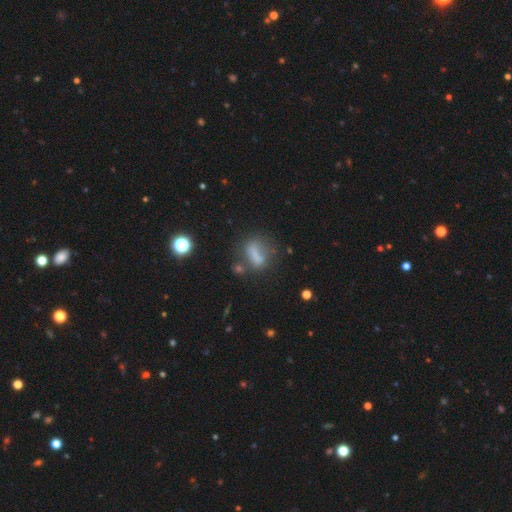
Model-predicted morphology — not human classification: This appears to be a smooth galaxy with no disk features (61%) that is in between round and cigar-shaped (47%). Merging: none (53%).